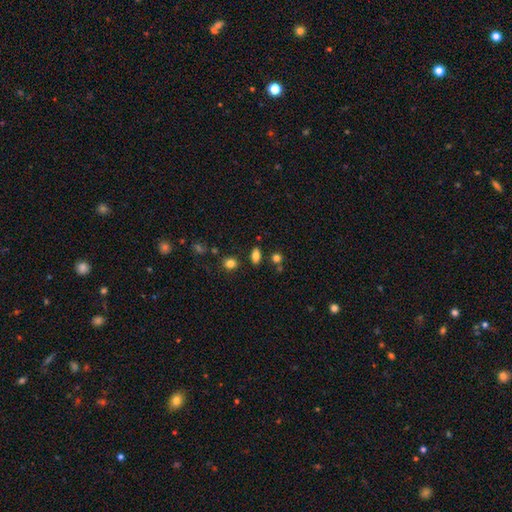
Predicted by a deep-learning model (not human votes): Smooth or featured?
  - smooth: 81% *
  - star or artifact: 12%
  - featured or disk: 7%
How rounded?
  - in between: 83% *
  - round: 14%
  - cigar-shaped: 3%
Merging?
  - none: 81% *
  - minor disturbance: 10%
  - merger: 6%
  - major disturbance: 3%